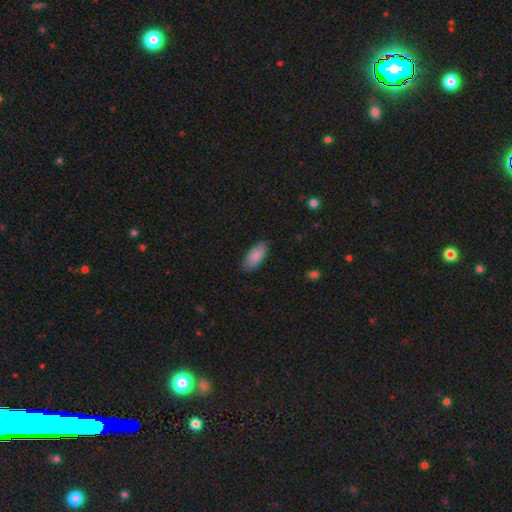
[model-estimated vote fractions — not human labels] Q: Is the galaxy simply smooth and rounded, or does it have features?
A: smooth — 87%.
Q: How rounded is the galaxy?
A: in between — 88%.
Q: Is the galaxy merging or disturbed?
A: none — 82%.